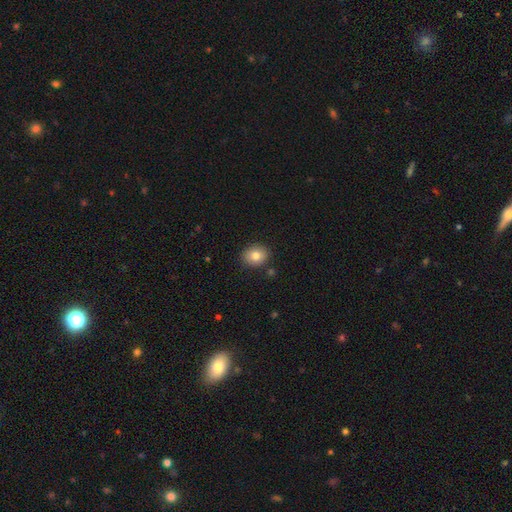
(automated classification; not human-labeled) Smooth or featured: smooth — 81% (featured or disk — 10%)
How rounded: round — 61% (in between — 39%)
Merging: none — 87% (minor disturbance — 9%)